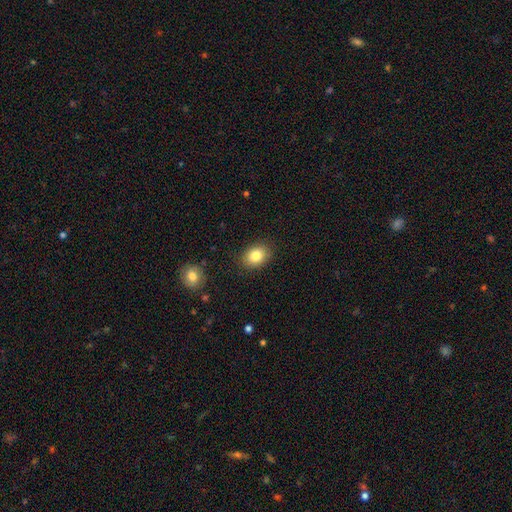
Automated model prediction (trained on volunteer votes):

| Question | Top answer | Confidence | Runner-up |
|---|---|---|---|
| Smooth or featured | smooth | 83% | star or artifact (9%) |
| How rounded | in between | 66% | round (33%) |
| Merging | none | 86% | minor disturbance (10%) |